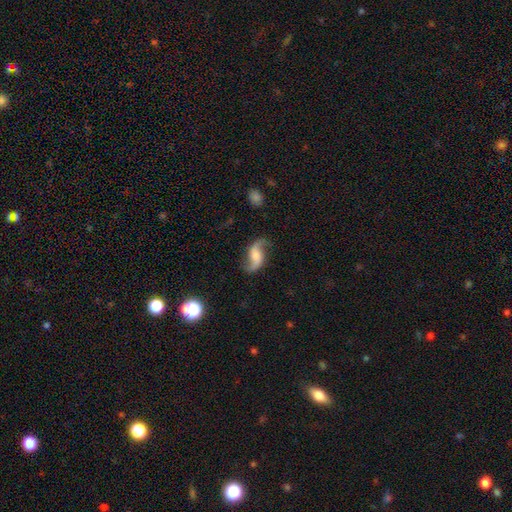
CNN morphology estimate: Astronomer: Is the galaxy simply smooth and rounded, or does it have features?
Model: featured or disk — 84%.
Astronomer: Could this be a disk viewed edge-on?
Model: no — 97%.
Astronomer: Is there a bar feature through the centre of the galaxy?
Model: no — 47% (runner-up: weak, 38%).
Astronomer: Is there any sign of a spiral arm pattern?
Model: yes — 96%.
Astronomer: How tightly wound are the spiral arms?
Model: loose — 81%.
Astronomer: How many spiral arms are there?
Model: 2 — 93%.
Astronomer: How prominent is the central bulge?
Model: moderate — 31% (runner-up: small, 29%).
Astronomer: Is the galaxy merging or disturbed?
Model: none — 77%.